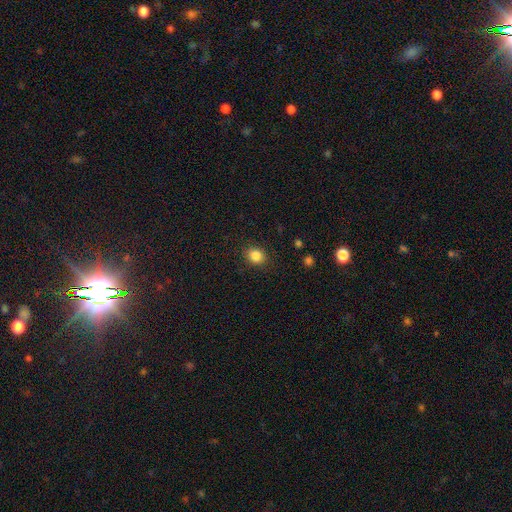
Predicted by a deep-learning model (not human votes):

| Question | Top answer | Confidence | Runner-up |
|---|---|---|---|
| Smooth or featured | smooth | 85% | star or artifact (10%) |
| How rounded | round | 64% | in between (35%) |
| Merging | none | 88% | minor disturbance (8%) |